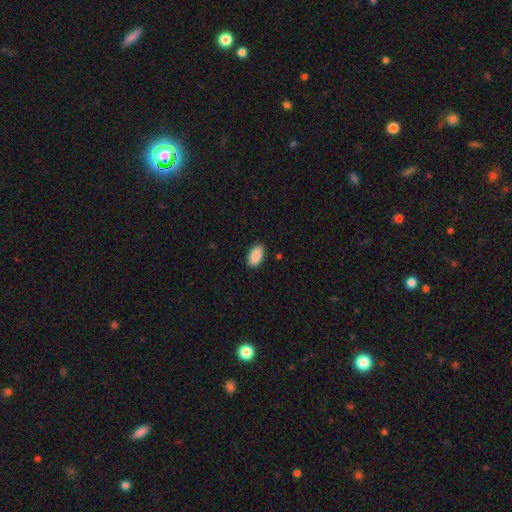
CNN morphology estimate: Q: Smooth or featured?
A: smooth (90%); runner-up: star or artifact (6%)
Q: How rounded?
A: in between (93%); runner-up: cigar-shaped (4%)
Q: Merging?
A: none (88%); runner-up: minor disturbance (9%)